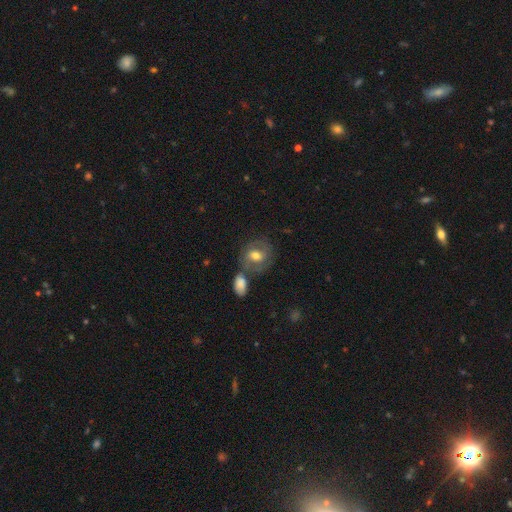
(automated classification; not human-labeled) Overall: featured or disk (56%; smooth 36%). Edge-on disk: no (96%). Bar: weak (46%; no 36%). Spiral arms: yes (76%). Bulge size: moderate (71%). Merging: none (59%).